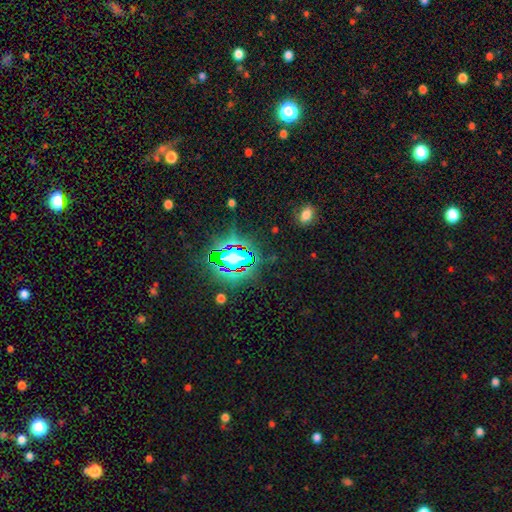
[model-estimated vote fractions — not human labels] A star or artifact, not a galaxy (77%).

Vote fractions:
- Smooth or featured? star or artifact: 77% / smooth: 14% / featured or disk: 9%